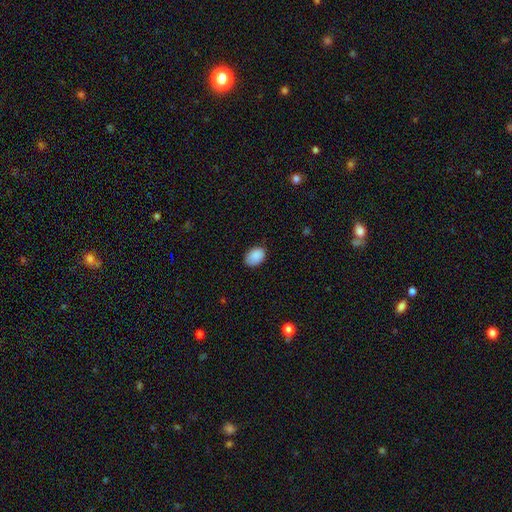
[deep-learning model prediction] Overall: smooth (89%). How rounded: in between (82%). Merging: none (78%).